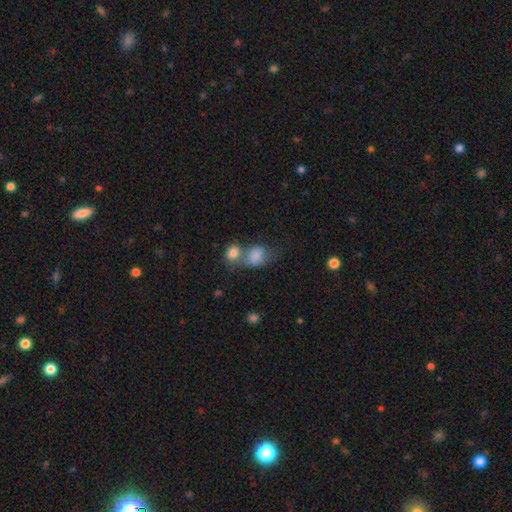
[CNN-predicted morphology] This is likely a smooth galaxy (79%). How rounded: likely in between (68%). Merging: possibly merger (53%).